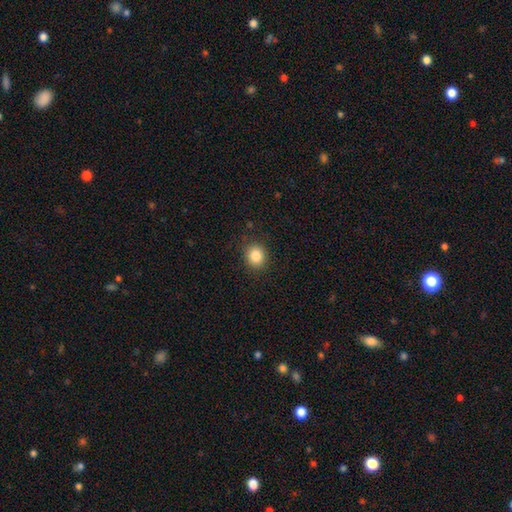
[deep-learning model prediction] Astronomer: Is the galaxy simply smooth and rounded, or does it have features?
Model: smooth — 85%.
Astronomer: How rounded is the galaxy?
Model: round — 79%.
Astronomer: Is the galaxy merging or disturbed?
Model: none — 87%.